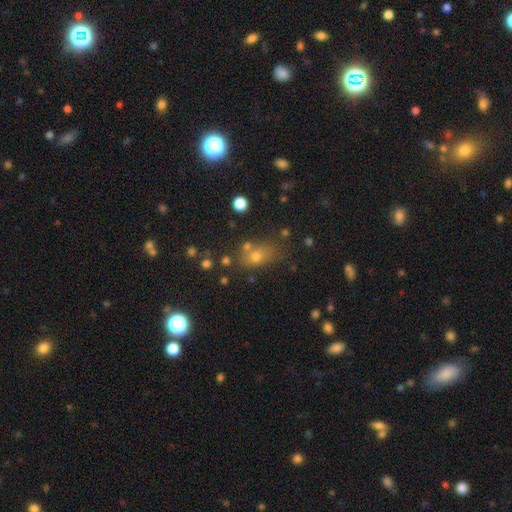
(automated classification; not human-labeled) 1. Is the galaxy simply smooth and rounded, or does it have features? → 62% smooth, 25% star or artifact, 13% featured or disk.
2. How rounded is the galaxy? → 56% in between, 40% round, 4% cigar-shaped.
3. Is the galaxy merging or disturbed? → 62% none, 16% minor disturbance, 15% merger, 7% major disturbance.